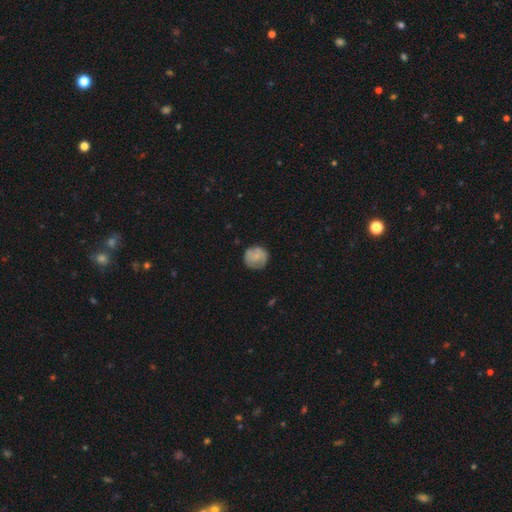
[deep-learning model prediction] Q: Smooth or featured?
A: smooth (67%); runner-up: featured or disk (25%)
Q: How rounded?
A: round (90%); runner-up: in between (9%)
Q: Merging?
A: none (77%); runner-up: minor disturbance (17%)